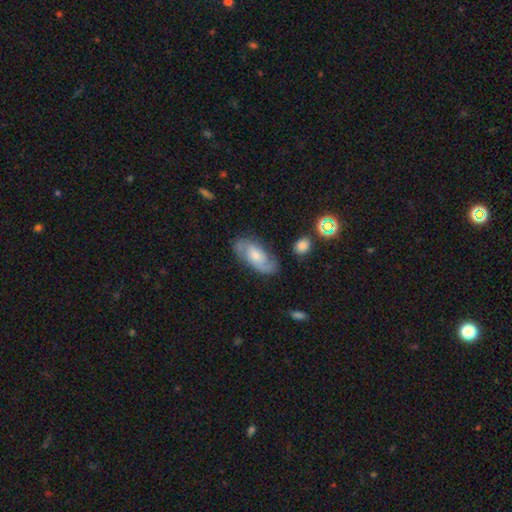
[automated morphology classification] type=featured or disk (69%); edge-on=no (94%); bar=no (55%); spiral arms=yes (92%); winding=medium (48%); arm count=2 (82%); bulge=moderate (48%); merging=none (75%).